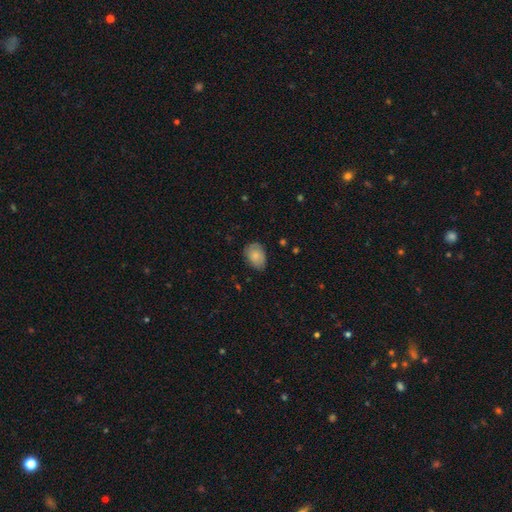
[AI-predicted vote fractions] A smooth galaxy with no disk features (79%) that is in between round and cigar-shaped (78%).

Vote fractions:
- Smooth or featured? smooth: 79% / featured or disk: 14% / star or artifact: 7%
- How rounded? in between: 78% / round: 21% / cigar-shaped: 1%
- Merging? none: 69% / minor disturbance: 26% / major disturbance: 4% / merger: 1%